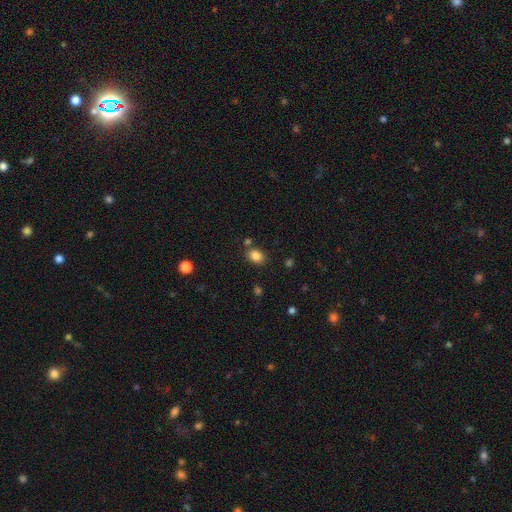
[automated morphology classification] Q: Smooth or featured?
A: smooth (84%); runner-up: star or artifact (11%)
Q: How rounded?
A: in between (62%); runner-up: round (37%)
Q: Merging?
A: none (77%); runner-up: minor disturbance (12%)